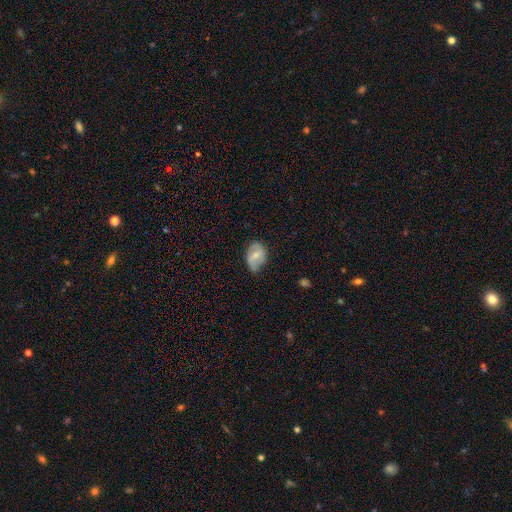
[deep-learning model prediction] The model was most divided on "smooth or featured": featured or disk: 48%, smooth: 45%, star or artifact: 7%. More confident: merging — none (53%).